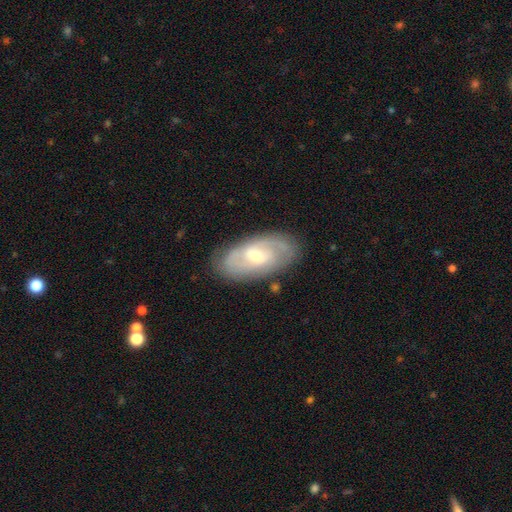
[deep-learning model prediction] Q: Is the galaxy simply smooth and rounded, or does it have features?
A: featured or disk — 73%.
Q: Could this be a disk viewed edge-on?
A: no — 93%.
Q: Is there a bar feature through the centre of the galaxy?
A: weak — 48%.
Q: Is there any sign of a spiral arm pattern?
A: yes — 86%.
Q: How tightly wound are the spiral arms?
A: tight — 52%.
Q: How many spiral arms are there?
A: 2 — 48%.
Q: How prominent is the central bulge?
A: moderate — 52%.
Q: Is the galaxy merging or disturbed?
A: none — 79%.